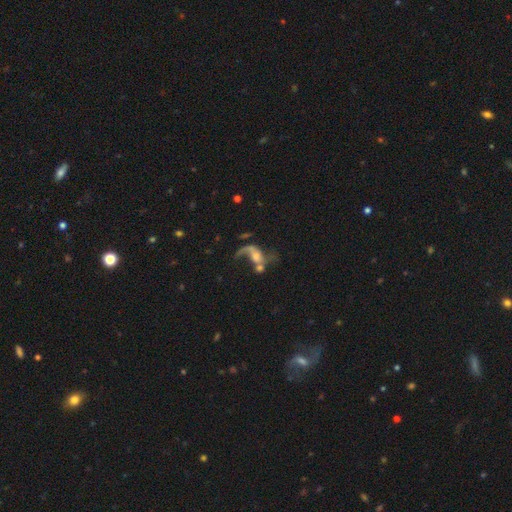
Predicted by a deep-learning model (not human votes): Q: Smooth or featured?
A: featured or disk (64%); runner-up: smooth (25%)
Q: Edge-on disk?
A: no (95%); runner-up: yes (5%)
Q: Bar?
A: no (67%); runner-up: weak (26%)
Q: Spiral arms?
A: yes (75%); runner-up: no (25%)
Q: Bulge size?
A: moderate (37%); runner-up: small (28%)
Q: Merging?
A: merger (39%); runner-up: major disturbance (31%)